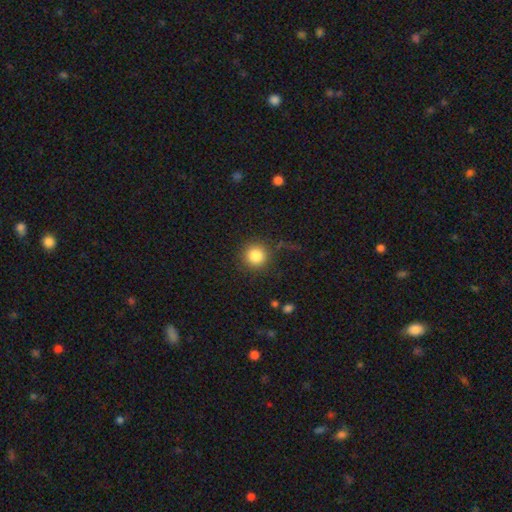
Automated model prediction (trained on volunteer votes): Morphology: type=smooth (84%); roundness=round (94%); merging=none (84%).